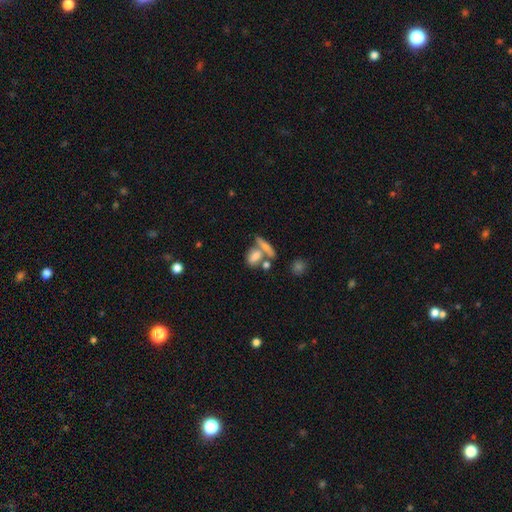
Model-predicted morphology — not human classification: Overall: smooth (70%). How rounded: in between (71%). Merging: merger (45%; none 38%).